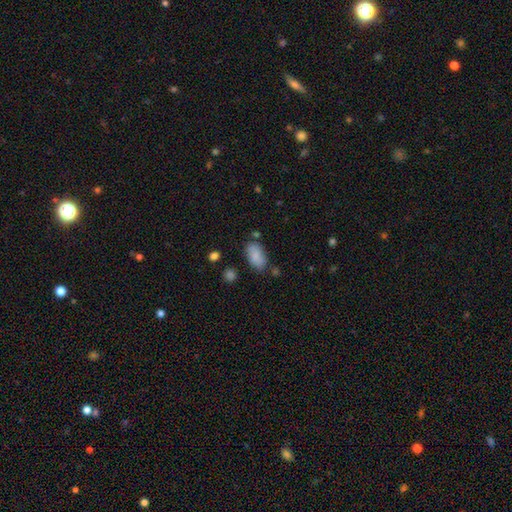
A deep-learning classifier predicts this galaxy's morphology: type=smooth (85%); roundness=in between (93%); merging=none (71%).